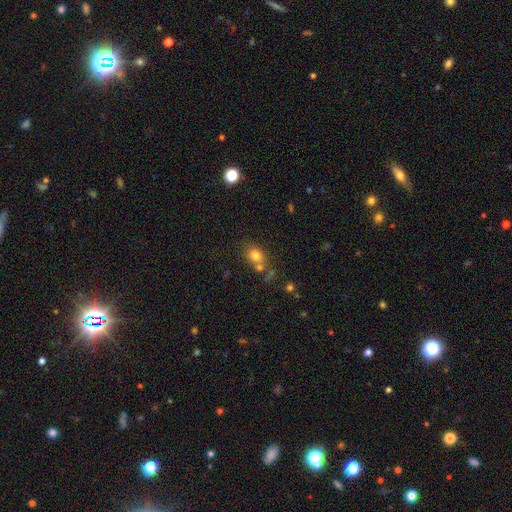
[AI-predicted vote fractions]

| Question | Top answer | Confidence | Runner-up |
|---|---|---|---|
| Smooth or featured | smooth | 77% | star or artifact (13%) |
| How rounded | round | 59% | in between (40%) |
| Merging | none | 56% | merger (27%) |